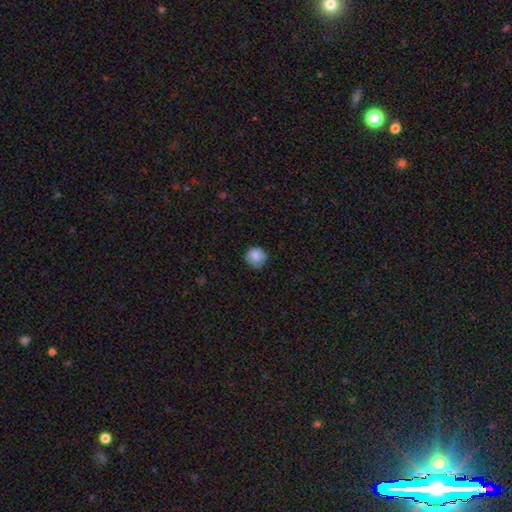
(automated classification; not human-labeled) The model was most divided on "merging": none: 75%, minor disturbance: 19%, major disturbance: 4%, merger: 1%. More confident: how rounded — round (89%); smooth or featured — smooth (80%).